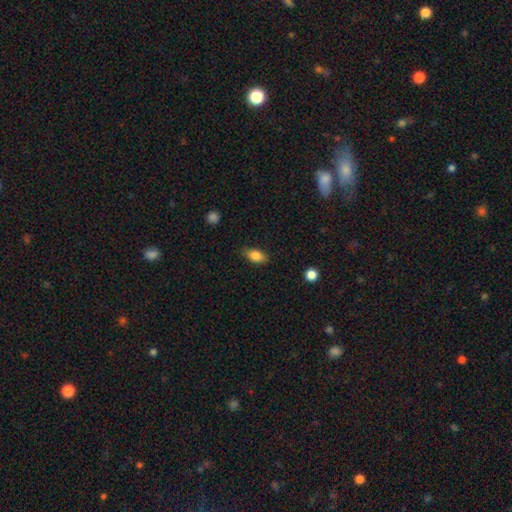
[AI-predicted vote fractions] A smooth galaxy with no disk features (82%) that is in between round and cigar-shaped (86%). Merging: none (82%).